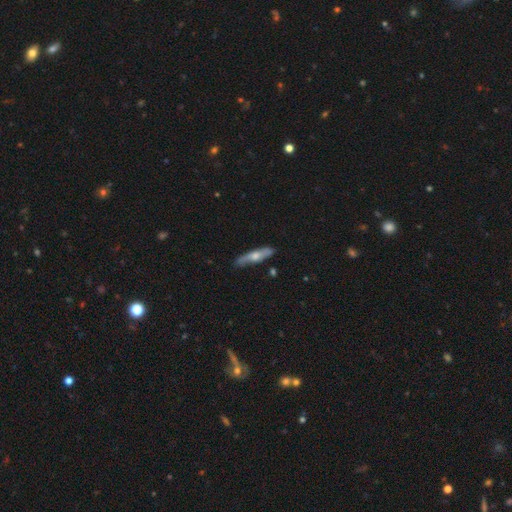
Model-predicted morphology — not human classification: This appears to be a featured or disk galaxy (48%). Merging: none (77%).